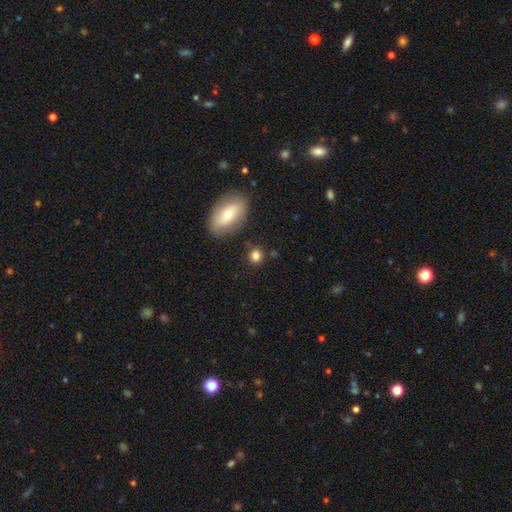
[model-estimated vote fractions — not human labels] A smooth galaxy with no disk features (82%) that is round (77%).

Vote fractions:
- Smooth or featured? smooth: 82% / star or artifact: 10% / featured or disk: 7%
- How rounded? round: 77% / in between: 21% / cigar-shaped: 2%
- Merging? none: 82% / minor disturbance: 10% / merger: 5% / major disturbance: 3%